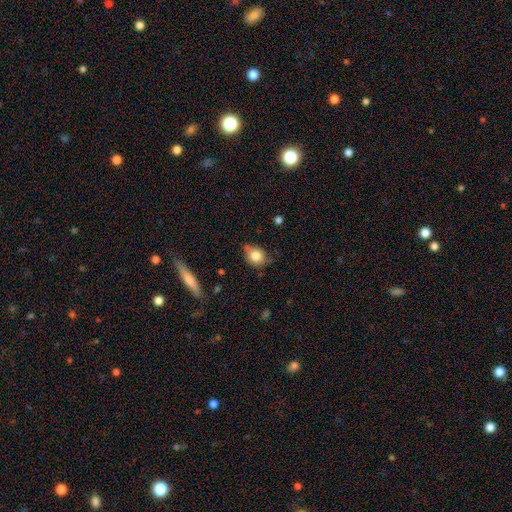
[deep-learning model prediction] This appears to be a smooth galaxy with no disk features (78%) that is round (58%). Merging: none (61%).